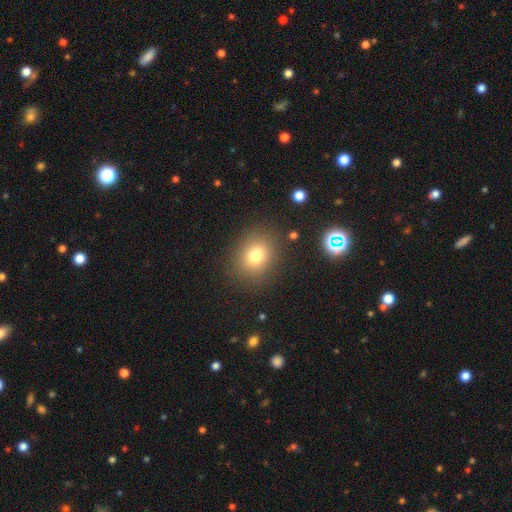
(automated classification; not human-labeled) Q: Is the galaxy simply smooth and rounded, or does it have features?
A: smooth — 76%.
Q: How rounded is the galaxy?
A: round — 58%.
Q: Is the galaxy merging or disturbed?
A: none — 85%.